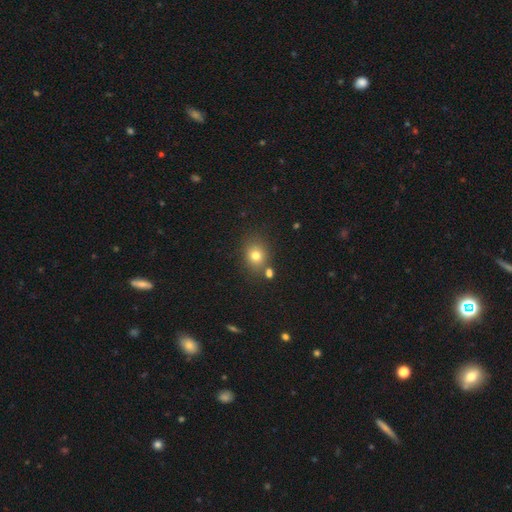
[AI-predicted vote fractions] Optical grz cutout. It shows a smooth galaxy with no disk features (76%) that is round (68%). Merging: none (75%).